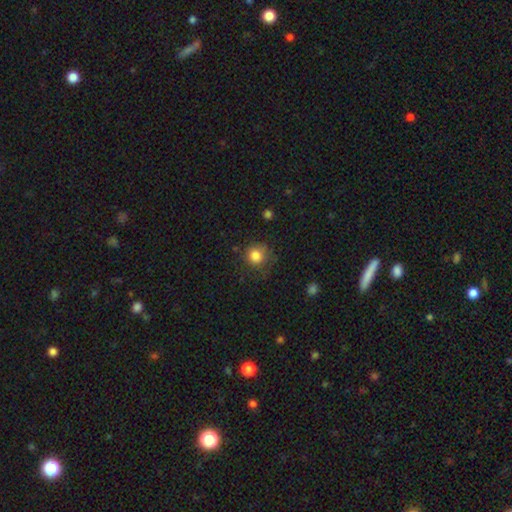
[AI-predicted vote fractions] Smooth or featured: smooth — 82% (star or artifact — 11%)
How rounded: round — 89% (in between — 10%)
Merging: none — 72% (minor disturbance — 19%)